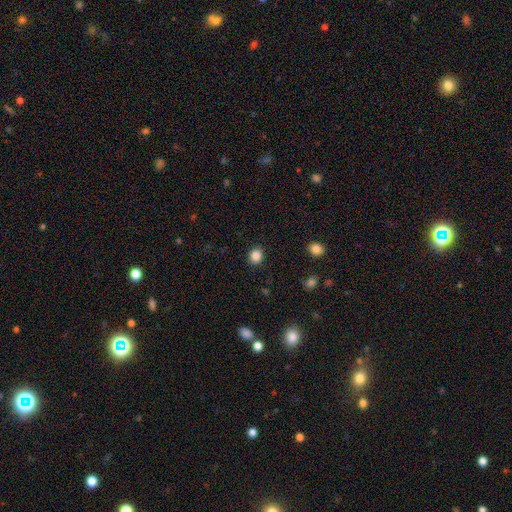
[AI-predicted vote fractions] A smooth galaxy with no disk features (86%) that is round (69%). Merging: none (89%).